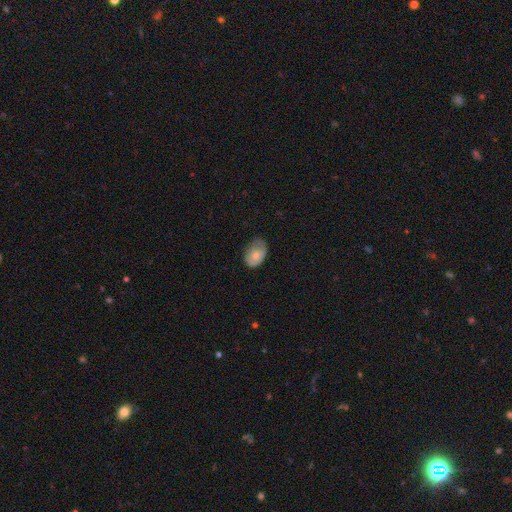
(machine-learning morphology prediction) A smooth galaxy with no disk features (69%) that is in between round and cigar-shaped (80%).

Vote fractions:
- Smooth or featured? smooth: 69% / featured or disk: 24% / star or artifact: 7%
- How rounded? in between: 80% / round: 18% / cigar-shaped: 1%
- Merging? none: 50% / minor disturbance: 37% / major disturbance: 11% / merger: 1%